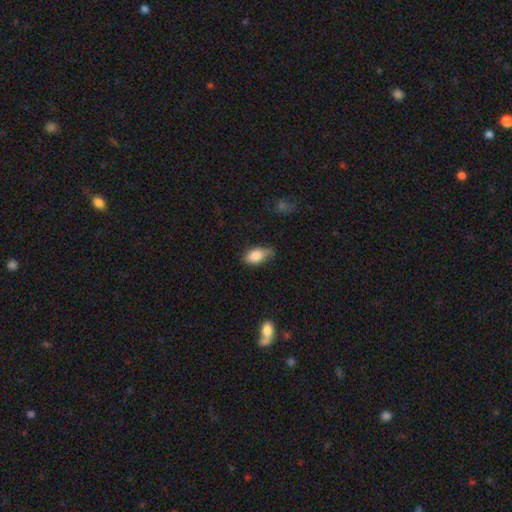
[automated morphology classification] A smooth galaxy with no disk features (84%) that is in between round and cigar-shaped (90%). Merging: none (55%).